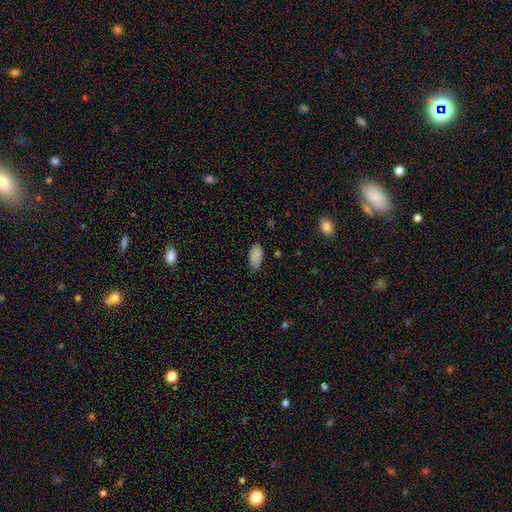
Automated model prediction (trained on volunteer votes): Q: Smooth or featured?
A: smooth (88%); runner-up: star or artifact (8%)
Q: How rounded?
A: in between (93%); runner-up: cigar-shaped (5%)
Q: Merging?
A: none (73%); runner-up: minor disturbance (22%)